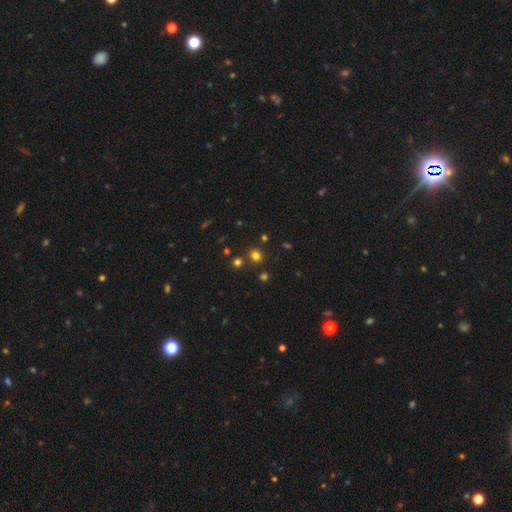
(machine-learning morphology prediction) Smooth or featured?
  - smooth: 73% *
  - star or artifact: 22%
  - featured or disk: 5%
How rounded?
  - round: 91% *
  - in between: 9%
  - cigar-shaped: 1%
Merging?
  - none: 85% *
  - merger: 6%
  - minor disturbance: 6%
  - major disturbance: 2%